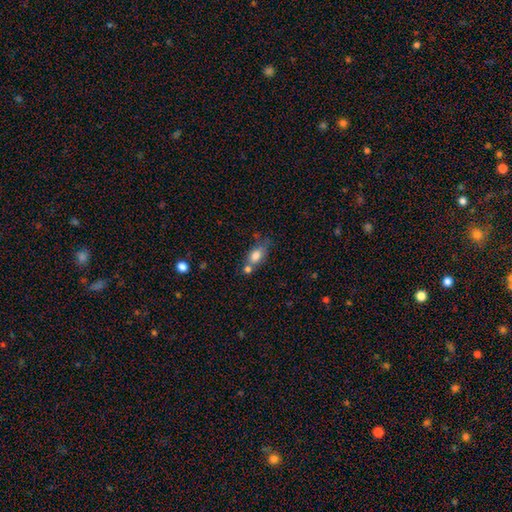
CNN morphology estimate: Q: Smooth or featured?
A: smooth (78%); runner-up: featured or disk (13%)
Q: How rounded?
A: in between (77%); runner-up: round (15%)
Q: Merging?
A: none (39%); runner-up: merger (37%)